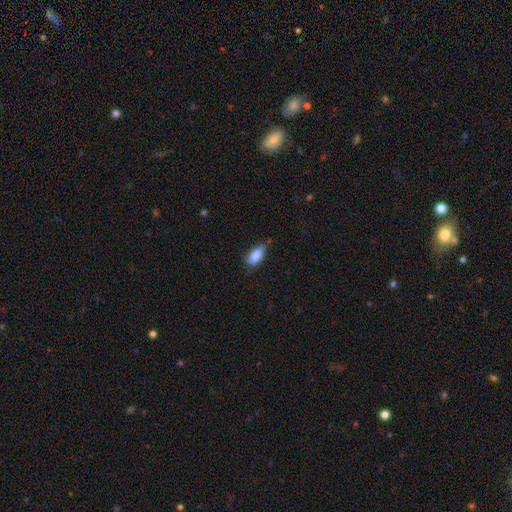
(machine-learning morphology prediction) type=smooth (87%); roundness=in between (89%); merging=none (63%).